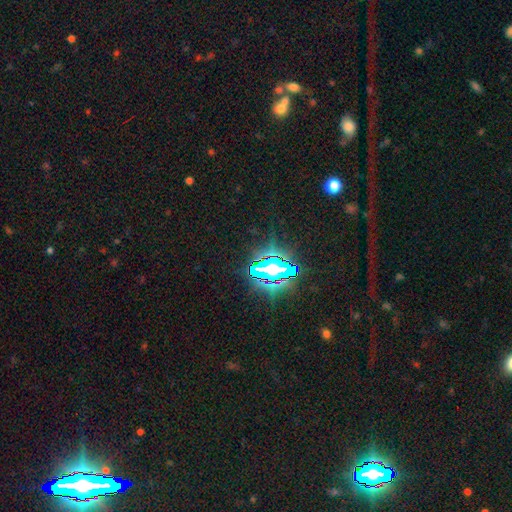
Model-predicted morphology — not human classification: Smooth or featured? star or artifact (81%)